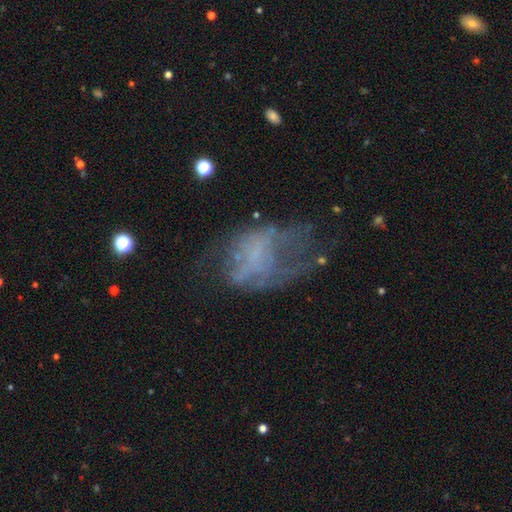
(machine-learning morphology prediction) smooth_or_featured: featured or disk (p=0.53) [alt: smooth p=0.30]
disk_edge_on: no (p=0.97) [alt: yes p=0.03]
bar: no (p=0.82) [alt: weak p=0.14]
has_spiral_arms: no (p=0.76) [alt: yes p=0.24]
bulge_size: none (p=0.72) [alt: small p=0.16]
merging: major disturbance (p=0.44) [alt: none p=0.30]